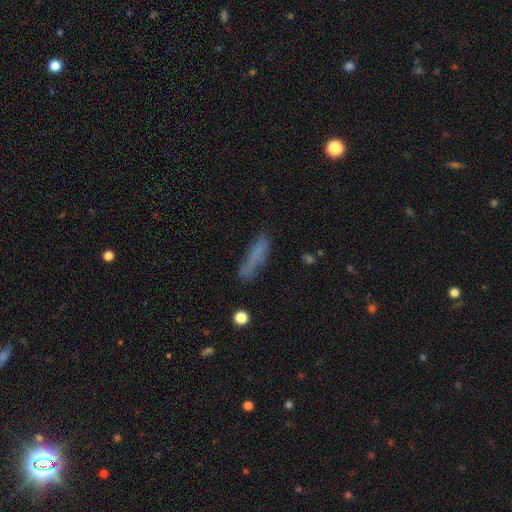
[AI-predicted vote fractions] A smooth galaxy with no disk features (69%) that is cigar-shaped (82%).

Vote fractions:
- Smooth or featured? smooth: 69% / featured or disk: 19% / star or artifact: 11%
- How rounded? cigar-shaped: 82% / in between: 16% / round: 2%
- Merging? none: 67% / minor disturbance: 21% / major disturbance: 8% / merger: 4%